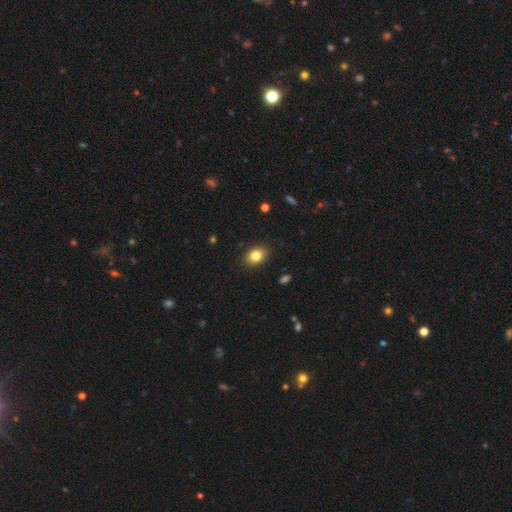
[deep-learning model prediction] smooth 83%, star or artifact 9%, featured or disk 7%. Down the decision tree: how rounded — in between (68%); merging — none (88%).